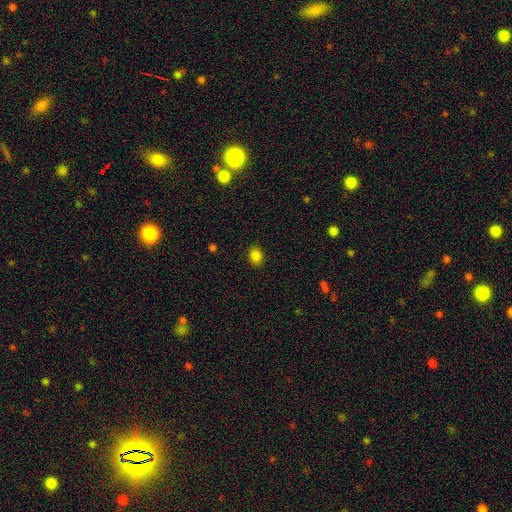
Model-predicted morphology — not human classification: Smooth or featured? smooth (83%)
How rounded? in between (60%)
Merging? none (89%)